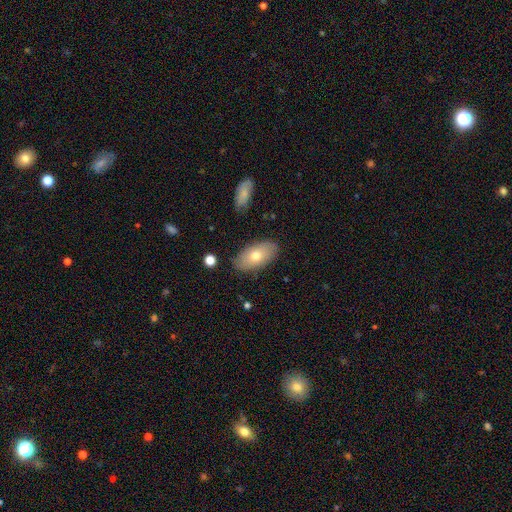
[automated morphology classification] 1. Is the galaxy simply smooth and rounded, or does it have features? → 71% smooth, 22% featured or disk, 7% star or artifact.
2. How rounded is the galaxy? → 93% in between, 4% round, 3% cigar-shaped.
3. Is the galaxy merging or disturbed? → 85% none, 11% minor disturbance, 3% major disturbance, 2% merger.